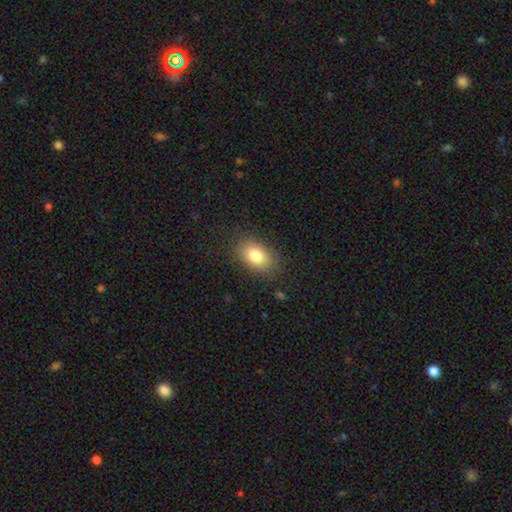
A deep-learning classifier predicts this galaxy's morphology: type=smooth (81%); roundness=in between (83%); merging=none (85%).